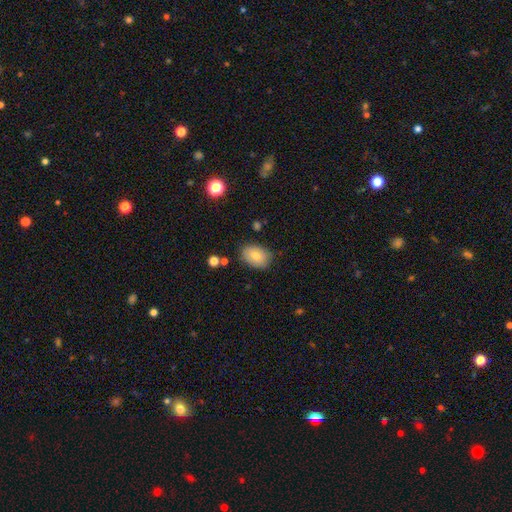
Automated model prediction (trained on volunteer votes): smooth_or_featured: smooth (p=0.79) [alt: featured or disk p=0.13]
how_rounded: in between (p=0.81) [alt: round p=0.18]
merging: none (p=0.80) [alt: minor disturbance p=0.15]